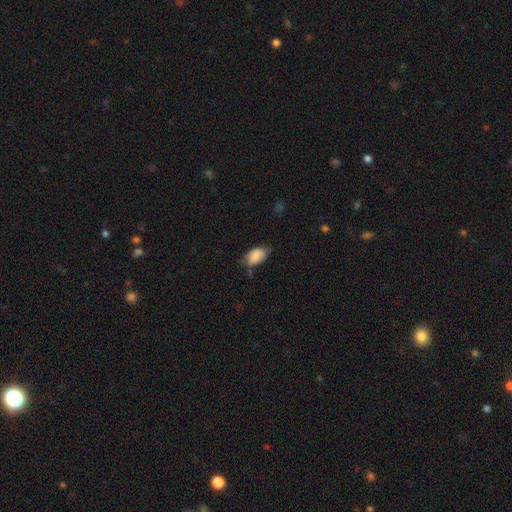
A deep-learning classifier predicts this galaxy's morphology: Overall: smooth (85%). How rounded: in between (92%). Merging: none (56%; minor disturbance 33%).